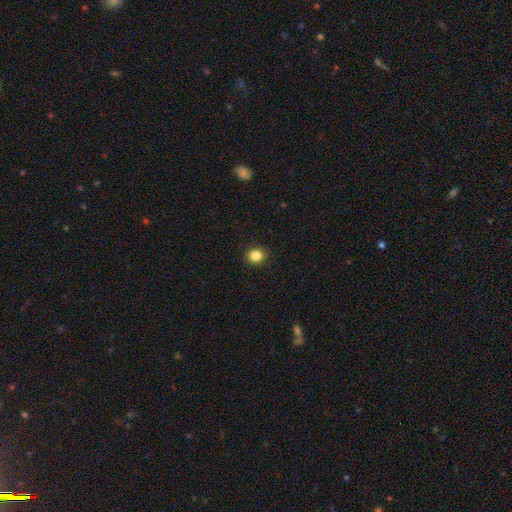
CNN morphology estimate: Smooth or featured: smooth — 85% (star or artifact — 11%)
How rounded: round — 75% (in between — 24%)
Merging: none — 91% (minor disturbance — 6%)